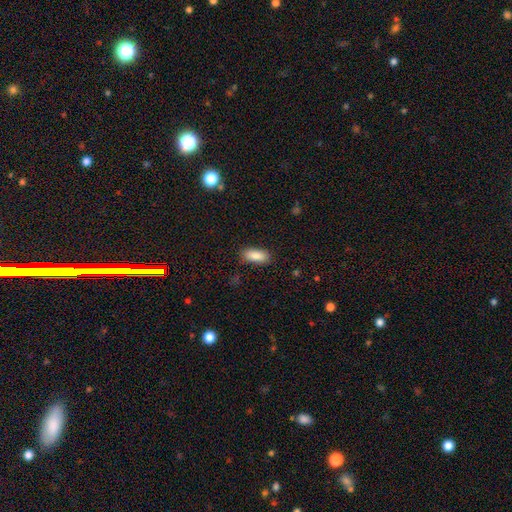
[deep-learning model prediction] smooth_or_featured: smooth (p=0.87) [alt: star or artifact p=0.07]
how_rounded: in between (p=0.85) [alt: cigar-shaped p=0.13]
merging: none (p=0.86) [alt: minor disturbance p=0.10]